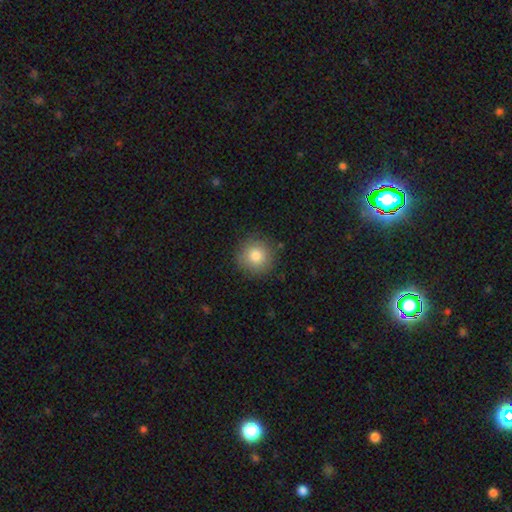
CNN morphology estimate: The model was most divided on "smooth or featured": smooth: 82%, star or artifact: 10%, featured or disk: 8%. More confident: how rounded — round (94%); merging — none (88%).